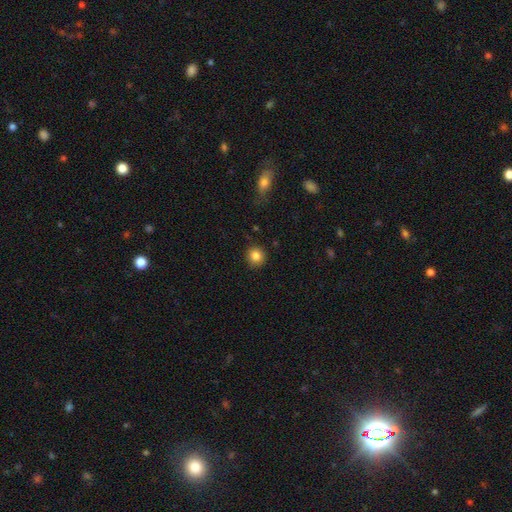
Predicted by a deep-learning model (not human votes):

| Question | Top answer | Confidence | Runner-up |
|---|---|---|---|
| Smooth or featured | smooth | 84% | star or artifact (10%) |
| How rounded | round | 92% | in between (7%) |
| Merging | none | 90% | minor disturbance (7%) |